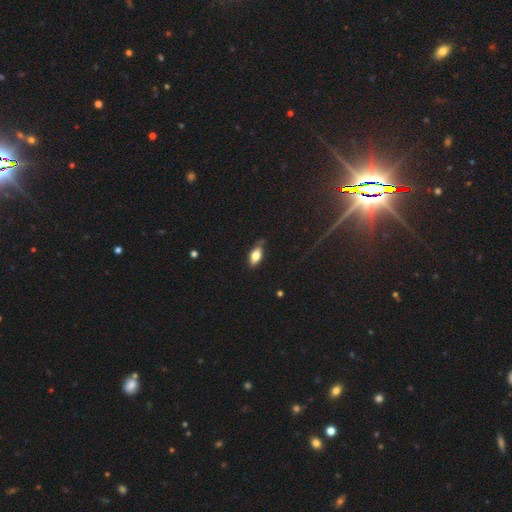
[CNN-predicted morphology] smooth 67%, featured or disk 25%, star or artifact 8%. Down the decision tree: how rounded — in between (84%); merging — none (67%).